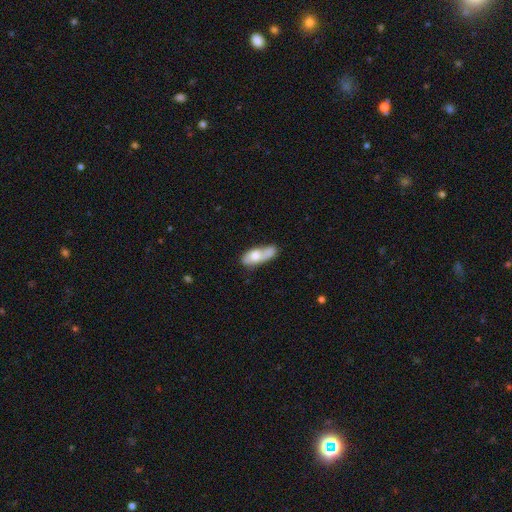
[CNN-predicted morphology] smooth_or_featured: smooth (p=0.59) [alt: featured or disk p=0.34]
how_rounded: in between (p=0.74) [alt: cigar-shaped p=0.22]
merging: merger (p=0.34) [alt: none p=0.32]